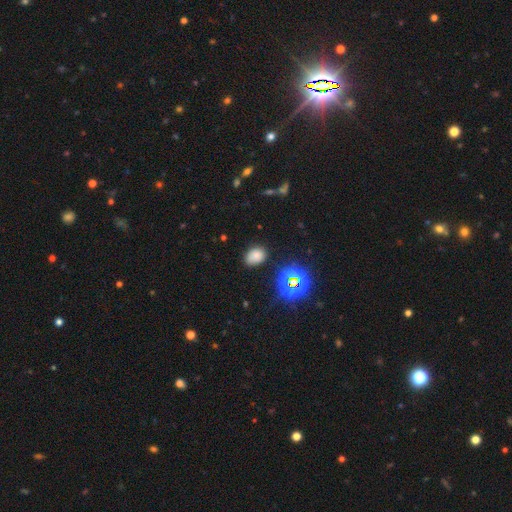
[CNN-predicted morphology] Overall: smooth (73%). How rounded: in between (73%). Merging: none (76%).